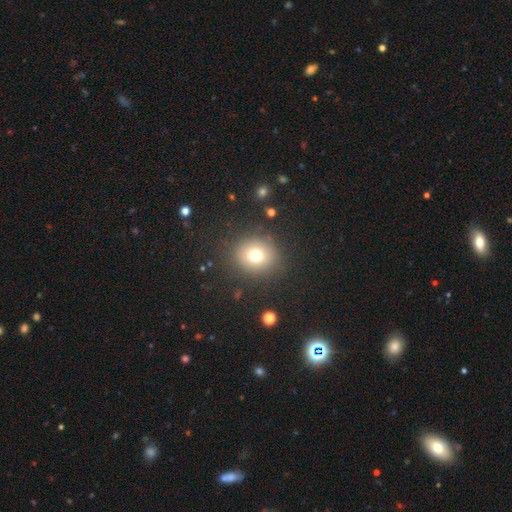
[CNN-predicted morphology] Q: Smooth or featured?
A: smooth (72%); runner-up: star or artifact (18%)
Q: How rounded?
A: round (85%); runner-up: in between (14%)
Q: Merging?
A: none (88%); runner-up: minor disturbance (7%)